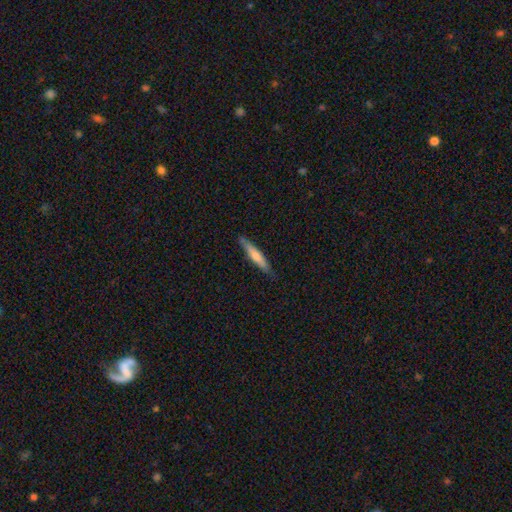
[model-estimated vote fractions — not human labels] Q: Smooth or featured?
A: smooth (58%); runner-up: featured or disk (36%)
Q: How rounded?
A: cigar-shaped (92%); runner-up: in between (6%)
Q: Merging?
A: none (87%); runner-up: minor disturbance (10%)